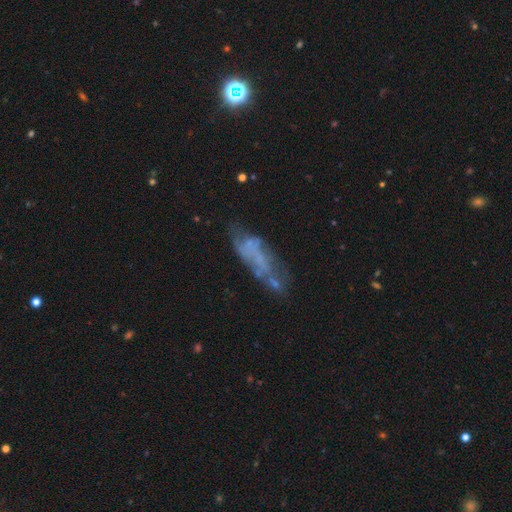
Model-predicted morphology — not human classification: Smooth or featured?
  - featured or disk: 55% *
  - smooth: 31%
  - star or artifact: 14%
Edge-on disk?
  - no: 86% *
  - yes: 14%
Merging?
  - none: 43% *
  - minor disturbance: 24%
  - major disturbance: 23%
  - merger: 10%